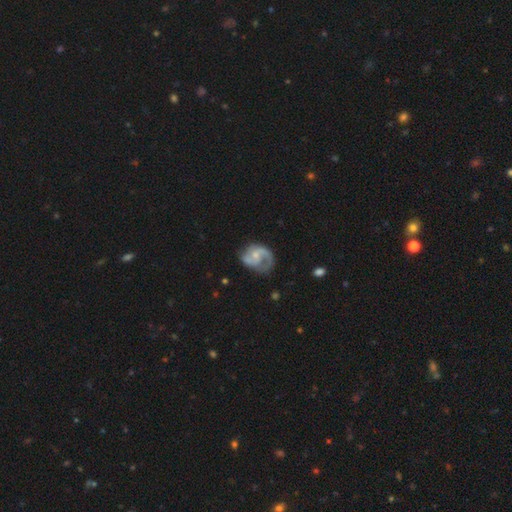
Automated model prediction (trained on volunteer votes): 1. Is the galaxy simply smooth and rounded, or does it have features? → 79% featured or disk, 15% smooth, 5% star or artifact.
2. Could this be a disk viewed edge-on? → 98% no, 2% yes.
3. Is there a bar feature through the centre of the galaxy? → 58% no, 35% weak, 6% strong.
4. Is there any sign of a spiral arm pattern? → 92% yes, 8% no.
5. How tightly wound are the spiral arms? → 49% medium, 32% loose, 20% tight.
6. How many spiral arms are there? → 72% 2, 16% 1, 7% can't tell, 3% 3, 1% 4, 1% more than 4.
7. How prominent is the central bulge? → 56% small, 32% moderate, 9% none, 2% large, 1% dominant.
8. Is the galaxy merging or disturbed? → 53% none, 25% minor disturbance, 19% major disturbance, 3% merger.